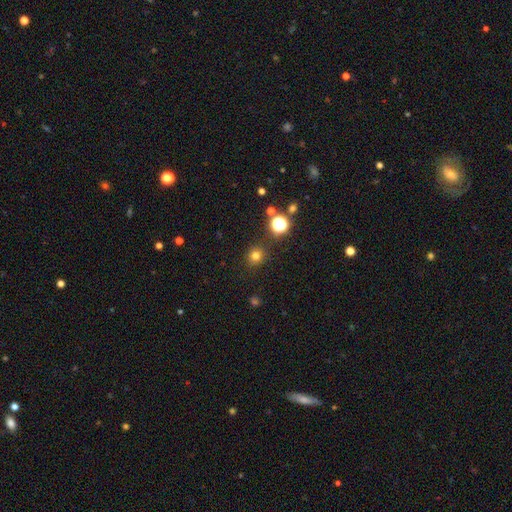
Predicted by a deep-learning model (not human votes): A smooth galaxy with no disk features (77%) that is round (91%).

Vote fractions:
- Smooth or featured? smooth: 77% / star or artifact: 18% / featured or disk: 5%
- How rounded? round: 91% / in between: 8% / cigar-shaped: 1%
- Merging? none: 89% / minor disturbance: 6% / major disturbance: 2% / merger: 2%